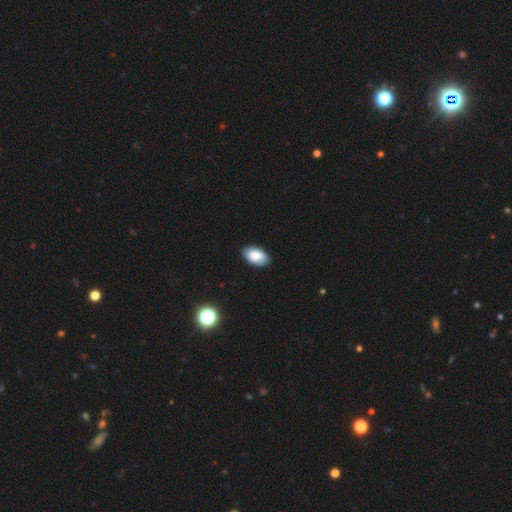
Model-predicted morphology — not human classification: smooth-or-featured: smooth: 86% | featured or disk: 7% | star or artifact: 7%
  how-rounded: in between: 94% | round: 4% | cigar-shaped: 1%
  merging: none: 88% | minor disturbance: 9% | major disturbance: 2% | merger: 1%